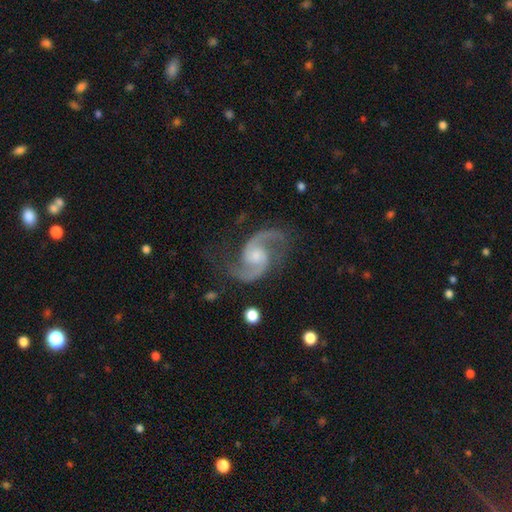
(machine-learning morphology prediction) Smooth or featured? Predicted: featured or disk (p=0.93). Edge-on disk? Predicted: no (p=0.98). Bar? Predicted: no (p=0.56). Spiral arms? Predicted: yes (p=0.98). Spiral winding? Predicted: medium (p=0.58). Spiral arm count? Predicted: 2 (p=0.94). Bulge size? Predicted: small (p=0.43). Merging? Predicted: none (p=0.76).